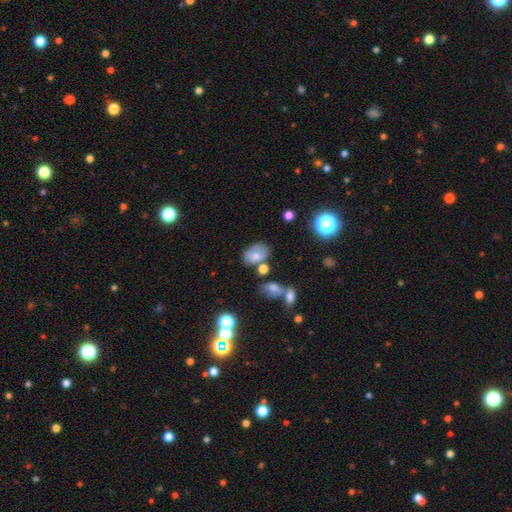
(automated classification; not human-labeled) Morphology: type=smooth (70%); roundness=in between (84%); merging=none (55%).